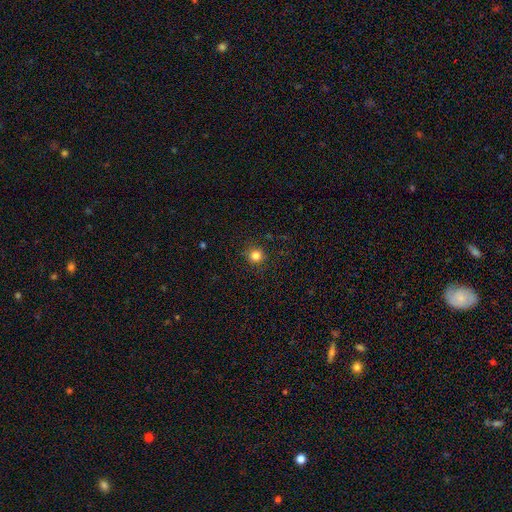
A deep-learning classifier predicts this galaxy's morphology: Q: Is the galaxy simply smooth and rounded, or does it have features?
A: smooth — 82%.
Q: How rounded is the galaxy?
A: round — 94%.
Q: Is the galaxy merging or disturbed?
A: none — 89%.